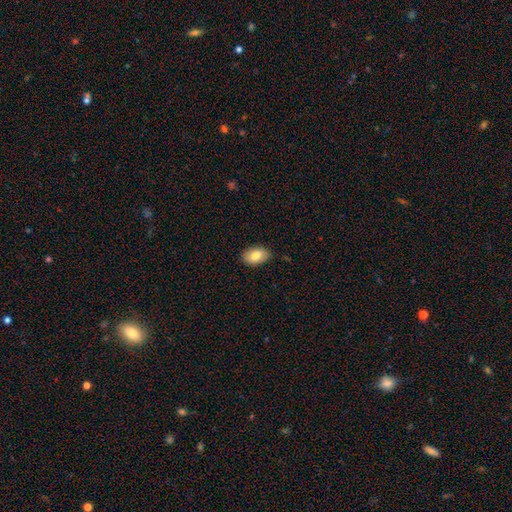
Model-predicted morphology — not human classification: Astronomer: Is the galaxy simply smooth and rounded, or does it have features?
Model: smooth — 83%.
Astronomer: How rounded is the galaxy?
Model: in between — 92%.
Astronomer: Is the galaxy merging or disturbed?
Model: none — 84%.